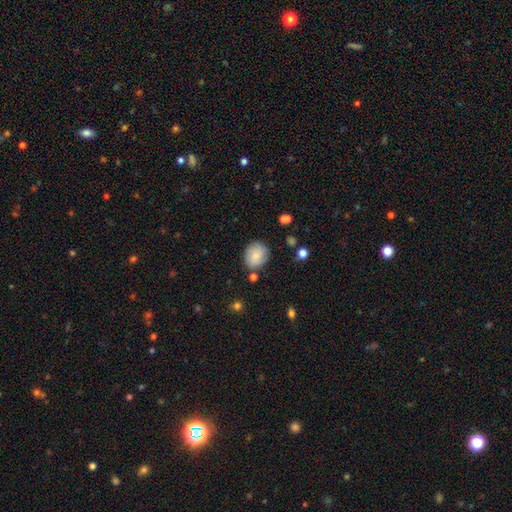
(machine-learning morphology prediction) Smooth or featured? Predicted: smooth (p=0.82). How rounded? Predicted: round (p=0.64). Merging? Predicted: none (p=0.78).